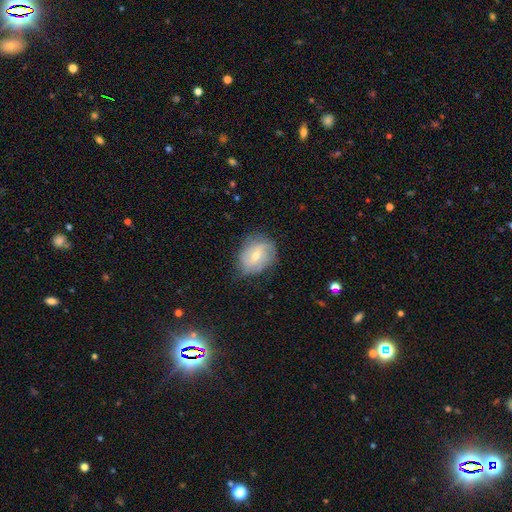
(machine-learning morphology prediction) Smooth or featured? featured or disk (53%)
Edge-on disk? no (95%)
Bar? weak (46%)
Spiral arms? yes (75%)
Bulge size? small (50%)
Merging? none (68%)